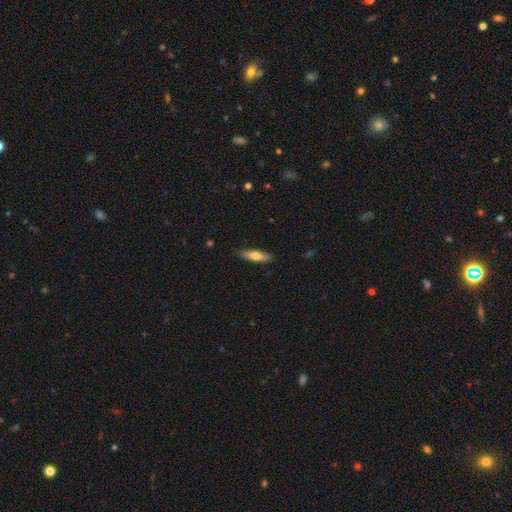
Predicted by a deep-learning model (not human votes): smooth_or_featured: smooth (p=0.68) [alt: featured or disk p=0.26]
how_rounded: cigar-shaped (p=0.60) [alt: in between p=0.38]
merging: none (p=0.87) [alt: minor disturbance p=0.10]